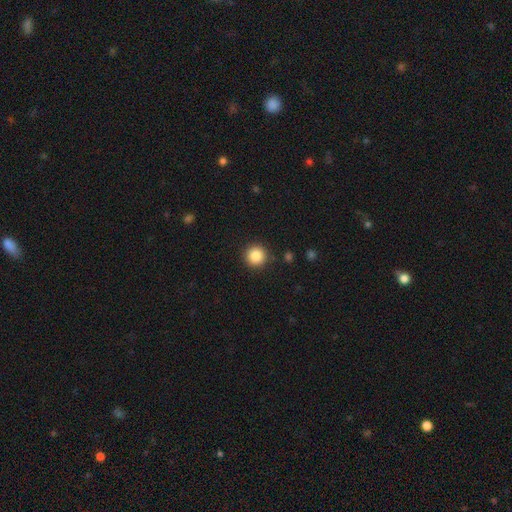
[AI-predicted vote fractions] Smooth or featured: smooth — 87% (star or artifact — 10%)
How rounded: round — 95% (in between — 4%)
Merging: none — 90% (minor disturbance — 6%)